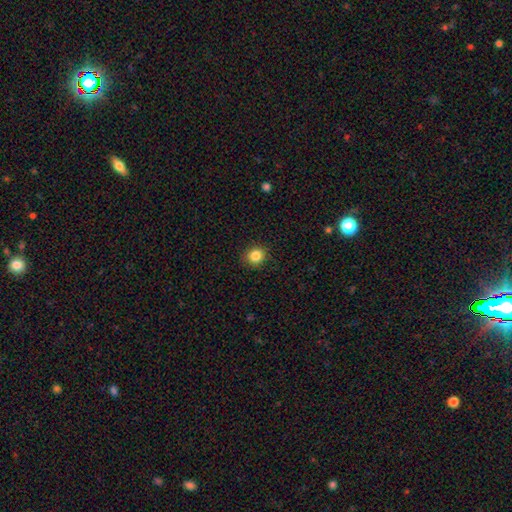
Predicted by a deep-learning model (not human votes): Q: Smooth or featured?
A: smooth (85%); runner-up: star or artifact (10%)
Q: How rounded?
A: round (83%); runner-up: in between (16%)
Q: Merging?
A: none (89%); runner-up: minor disturbance (8%)